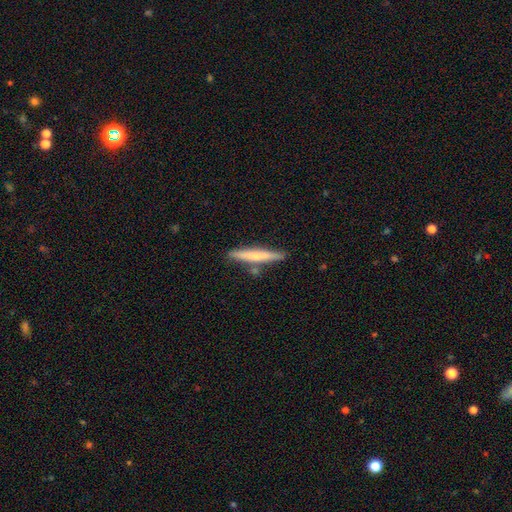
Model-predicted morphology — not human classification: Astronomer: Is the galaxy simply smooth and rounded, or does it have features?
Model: smooth — 57% (runner-up: featured or disk, 37%).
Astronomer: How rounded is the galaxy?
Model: cigar-shaped — 95%.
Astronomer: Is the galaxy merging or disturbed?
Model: none — 82%.